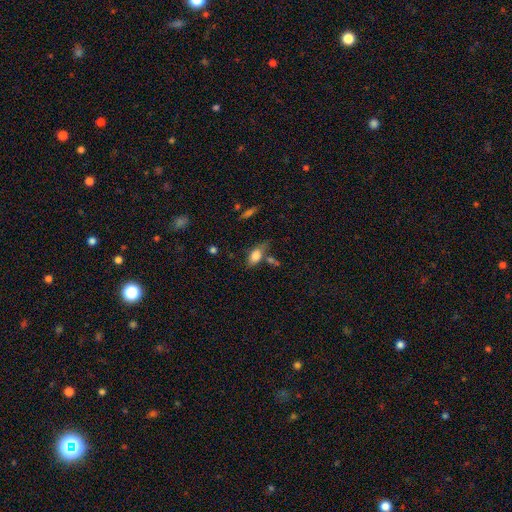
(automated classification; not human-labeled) Smooth or featured: smooth — 79% (featured or disk — 12%)
How rounded: in between — 88% (cigar-shaped — 6%)
Merging: none — 51% (minor disturbance — 24%)